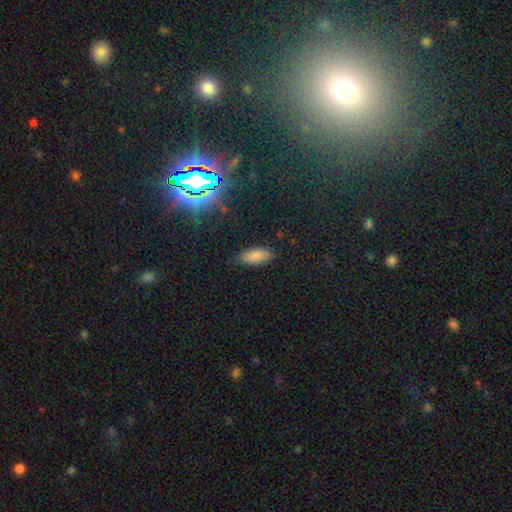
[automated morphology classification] Overall: smooth (82%). How rounded: in between (84%). Merging: none (84%).